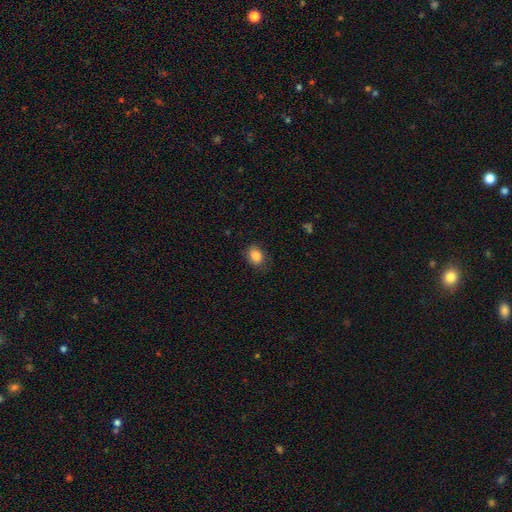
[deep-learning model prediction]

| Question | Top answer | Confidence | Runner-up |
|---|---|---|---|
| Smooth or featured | smooth | 86% | star or artifact (9%) |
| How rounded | in between | 61% | round (38%) |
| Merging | none | 80% | minor disturbance (15%) |